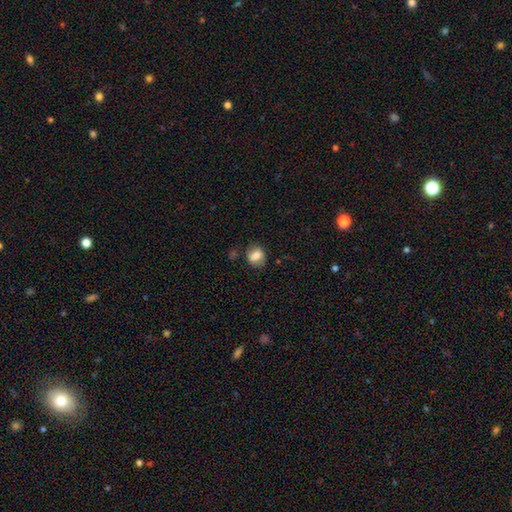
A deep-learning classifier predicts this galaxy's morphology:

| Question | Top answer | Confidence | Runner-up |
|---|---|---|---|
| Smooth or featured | smooth | 73% | featured or disk (18%) |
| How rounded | round | 53% | in between (46%) |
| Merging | none | 73% | minor disturbance (17%) |